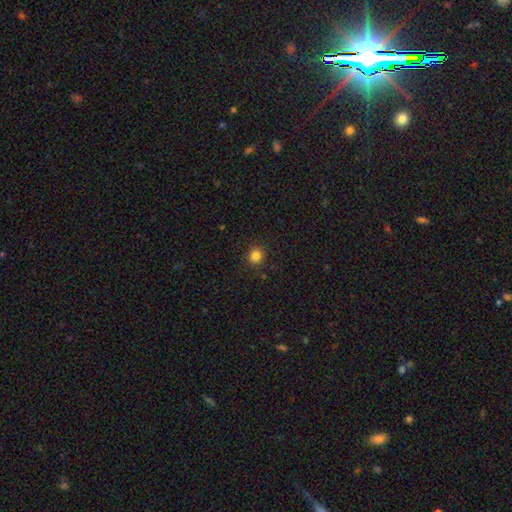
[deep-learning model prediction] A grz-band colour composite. It shows a smooth galaxy with no disk features (83%) that is round (87%). Merging: none (90%).